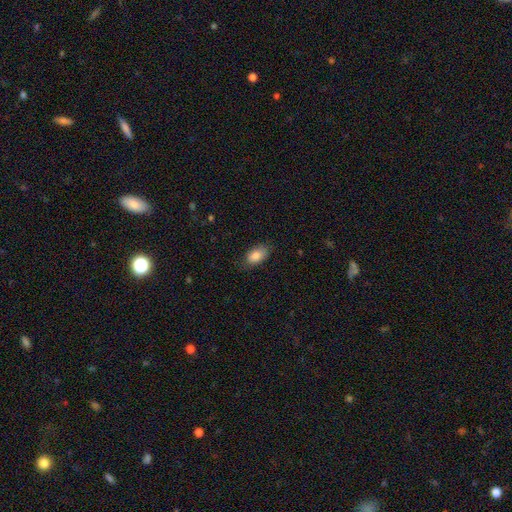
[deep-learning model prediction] Morphology: type=smooth (85%); roundness=in between (92%); merging=none (76%).